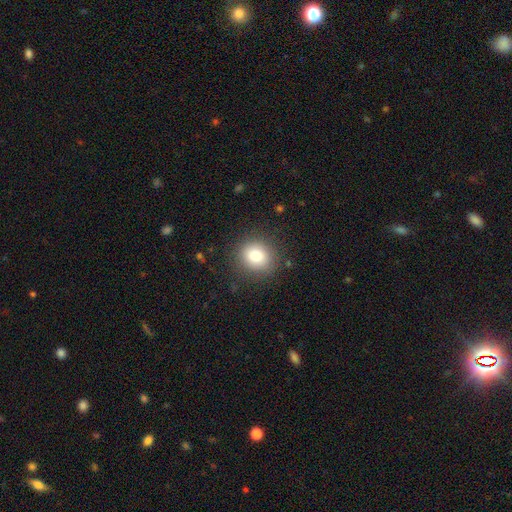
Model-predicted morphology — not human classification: A smooth galaxy with no disk features (79%) that is round (86%).

Vote fractions:
- Smooth or featured? smooth: 79% / star or artifact: 11% / featured or disk: 10%
- How rounded? round: 86% / in between: 13% / cigar-shaped: 1%
- Merging? none: 87% / minor disturbance: 8% / major disturbance: 3% / merger: 1%